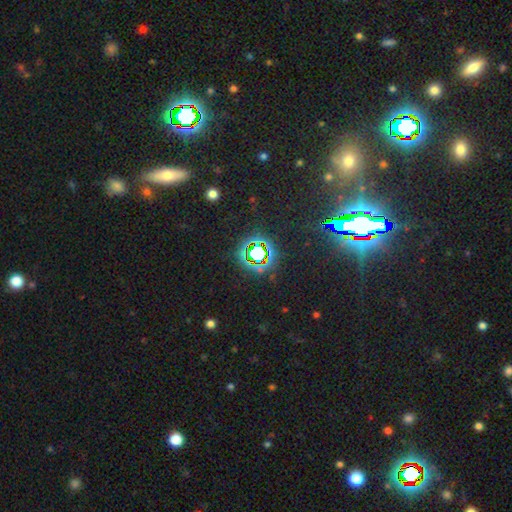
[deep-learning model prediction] smooth-or-featured: star or artifact: 76% | smooth: 14% | featured or disk: 9%